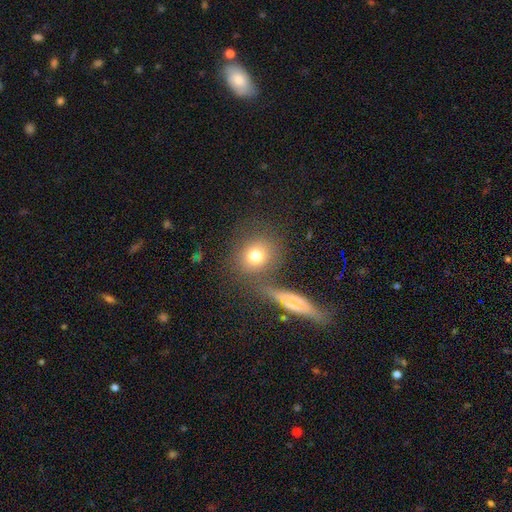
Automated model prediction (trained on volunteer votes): smooth-or-featured: smooth: 75% | featured or disk: 13% | star or artifact: 12%
  how-rounded: round: 77% | in between: 20% | cigar-shaped: 2%
  merging: none: 68% | merger: 15% | minor disturbance: 11% | major disturbance: 6%